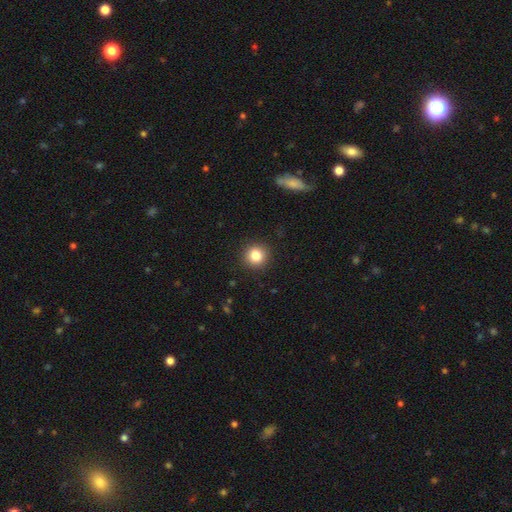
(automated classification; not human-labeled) Overall: smooth (83%). How rounded: round (92%). Merging: none (91%).